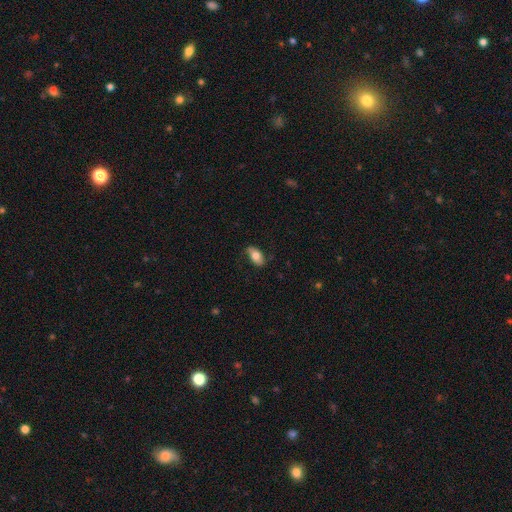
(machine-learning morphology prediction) The model was most divided on "smooth or featured": smooth: 68%, featured or disk: 26%, star or artifact: 7%. More confident: how rounded — in between (91%); merging — none (73%).